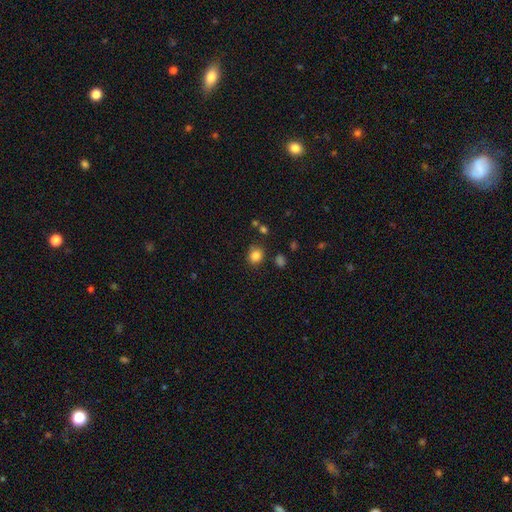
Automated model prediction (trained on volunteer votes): Overall: smooth (84%). How rounded: round (74%). Merging: none (82%).